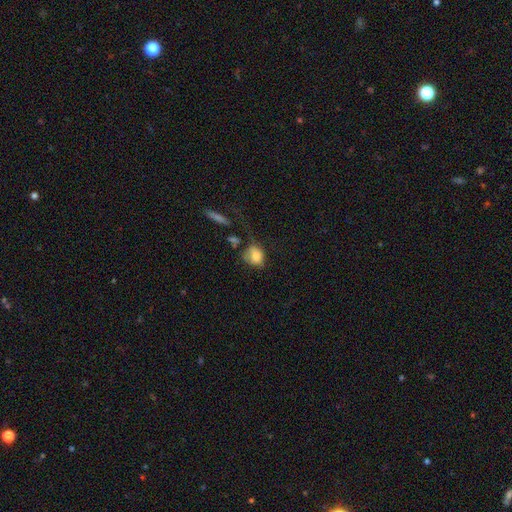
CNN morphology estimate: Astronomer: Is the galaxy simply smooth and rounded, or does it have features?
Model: smooth — 76%.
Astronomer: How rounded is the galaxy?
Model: in between — 53% (runner-up: round, 45%).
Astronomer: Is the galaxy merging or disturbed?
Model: none — 33% (runner-up: major disturbance, 30%).